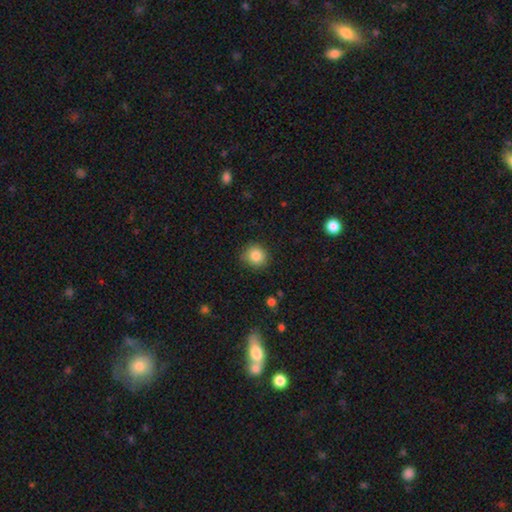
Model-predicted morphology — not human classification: smooth-or-featured: smooth: 85% | star or artifact: 10% | featured or disk: 5%
  how-rounded: round: 87% | in between: 12% | cigar-shaped: 1%
  merging: none: 85% | minor disturbance: 11% | major disturbance: 2% | merger: 1%